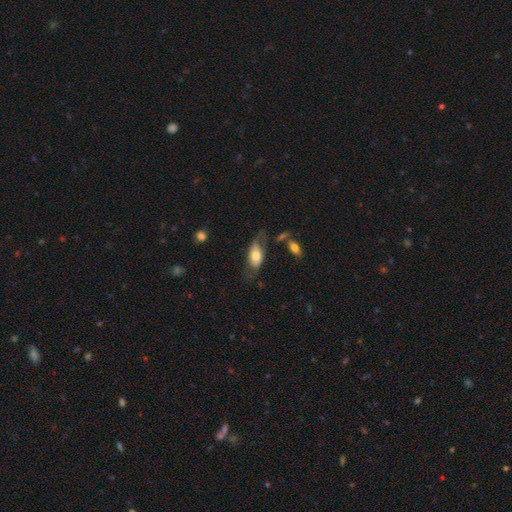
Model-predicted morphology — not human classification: Smooth or featured? smooth (63%)
How rounded? in between (89%)
Merging? none (49%)